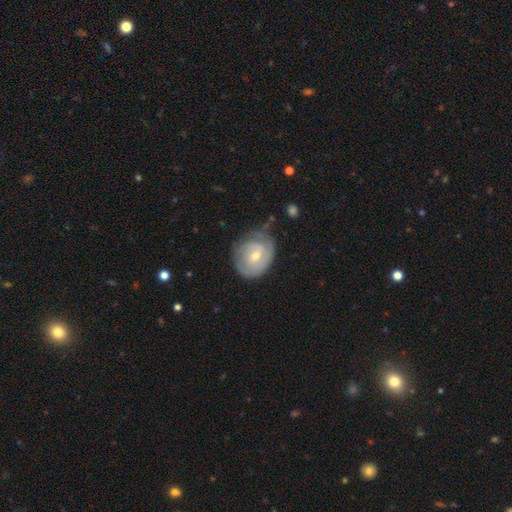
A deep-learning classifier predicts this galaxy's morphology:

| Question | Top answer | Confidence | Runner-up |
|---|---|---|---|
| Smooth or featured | featured or disk | 65% | smooth (30%) |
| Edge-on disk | no | 97% | yes (3%) |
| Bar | no | 51% | weak (42%) |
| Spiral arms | yes | 85% | no (15%) |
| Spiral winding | tight | 62% | medium (28%) |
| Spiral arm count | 2 | 38% | can't tell (34%) |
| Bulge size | small | 48% | tied: moderate (48%) |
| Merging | none | 57% | minor disturbance (29%) |